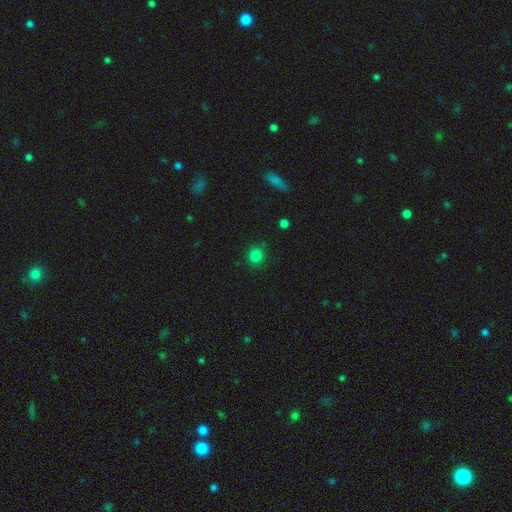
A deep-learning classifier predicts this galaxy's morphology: A smooth galaxy with no disk features (82%) that is round (90%).

Vote fractions:
- Smooth or featured? smooth: 82% / star or artifact: 14% / featured or disk: 4%
- How rounded? round: 90% / in between: 9% / cigar-shaped: 1%
- Merging? none: 85% / minor disturbance: 10% / major disturbance: 3% / merger: 2%